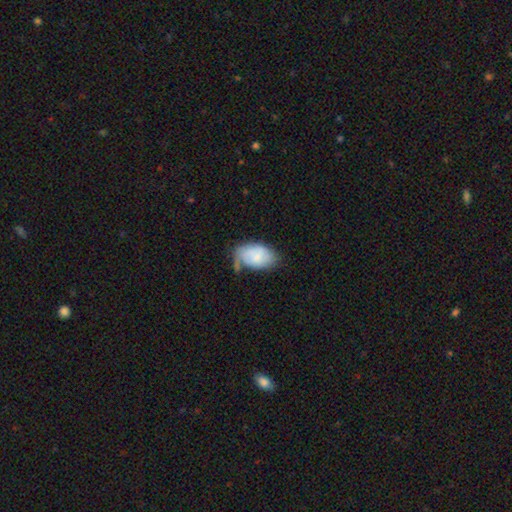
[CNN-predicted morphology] smooth-or-featured: smooth: 74% | featured or disk: 20% | star or artifact: 7%
  how-rounded: in between: 93% | round: 6% | cigar-shaped: 1%
  merging: none: 46% | minor disturbance: 32% | major disturbance: 13% | merger: 9%